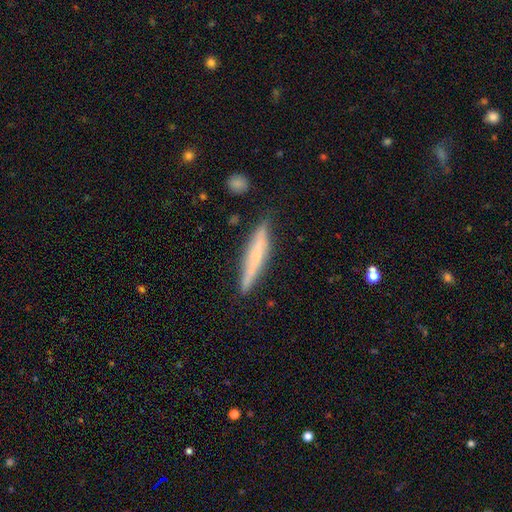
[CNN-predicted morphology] Smooth or featured?
  - smooth: 53% *
  - featured or disk: 40%
  - star or artifact: 7%
How rounded?
  - cigar-shaped: 92% *
  - in between: 7%
  - round: 1%
Merging?
  - none: 82% *
  - minor disturbance: 14%
  - major disturbance: 3%
  - merger: 2%